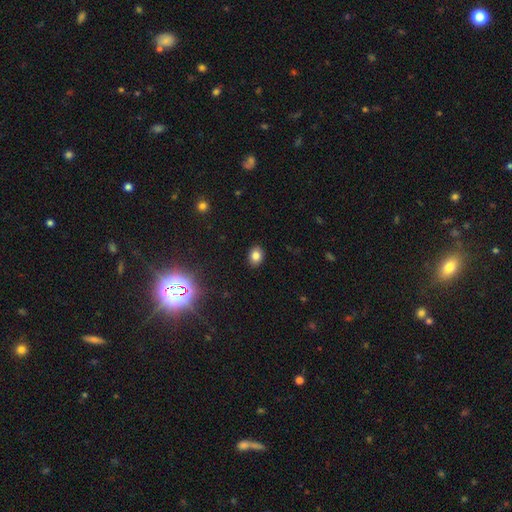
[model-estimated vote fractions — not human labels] Smooth or featured: smooth — 81% (star or artifact — 12%)
How rounded: in between — 57% (round — 42%)
Merging: none — 89% (minor disturbance — 8%)